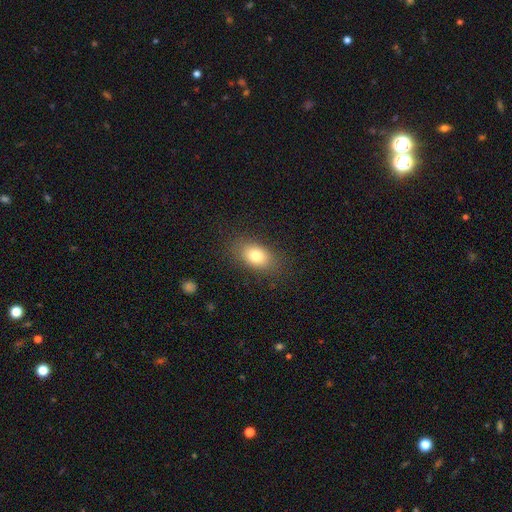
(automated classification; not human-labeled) Q: Smooth or featured?
A: smooth (80%); runner-up: featured or disk (11%)
Q: How rounded?
A: in between (83%); runner-up: round (15%)
Q: Merging?
A: none (83%); runner-up: minor disturbance (12%)